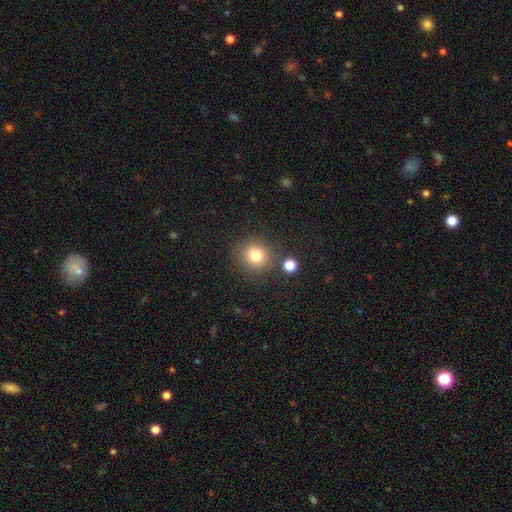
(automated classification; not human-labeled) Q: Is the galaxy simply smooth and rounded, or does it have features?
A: smooth — 79%.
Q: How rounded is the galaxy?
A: round — 87%.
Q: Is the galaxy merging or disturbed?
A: none — 81%.